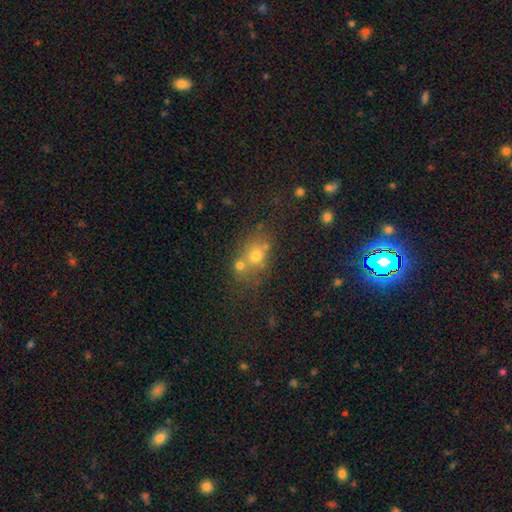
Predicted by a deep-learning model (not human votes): smooth-or-featured: smooth: 65% | star or artifact: 18% | featured or disk: 17%
  how-rounded: round: 55% | in between: 43% | cigar-shaped: 2%
  merging: none: 50% | merger: 31% | minor disturbance: 13% | major disturbance: 6%